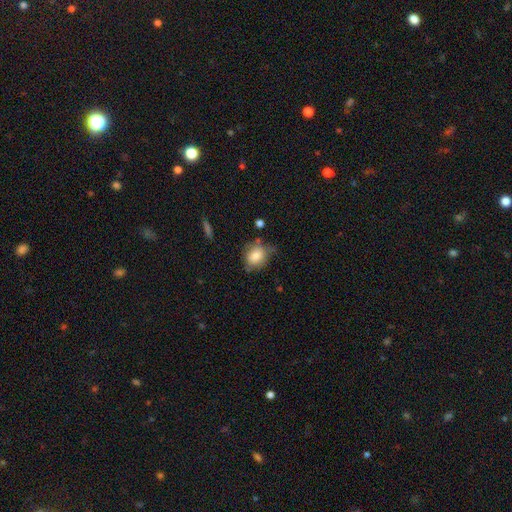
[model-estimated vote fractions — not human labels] Morphology: type=smooth (78%); roundness=round (57%); merging=none (57%).